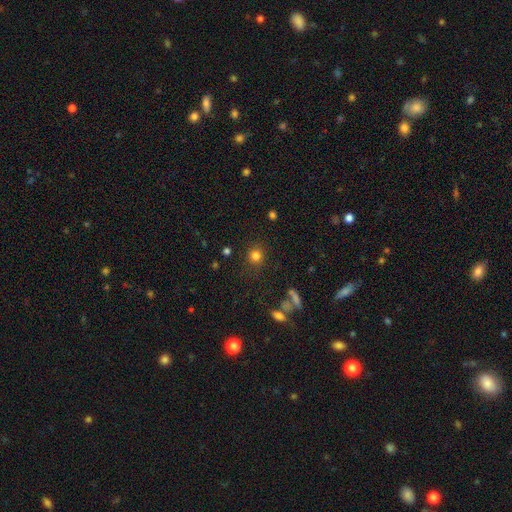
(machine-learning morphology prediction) Smooth or featured: smooth — 80% (star or artifact — 14%)
How rounded: round — 89% (in between — 10%)
Merging: none — 85% (minor disturbance — 9%)